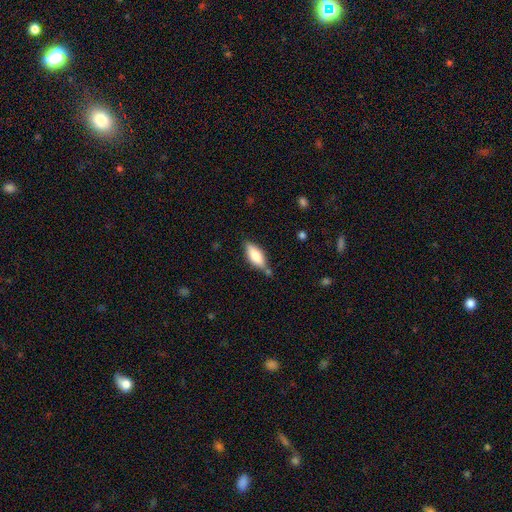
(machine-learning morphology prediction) type=smooth (74%); roundness=in between (75%); merging=none (72%).